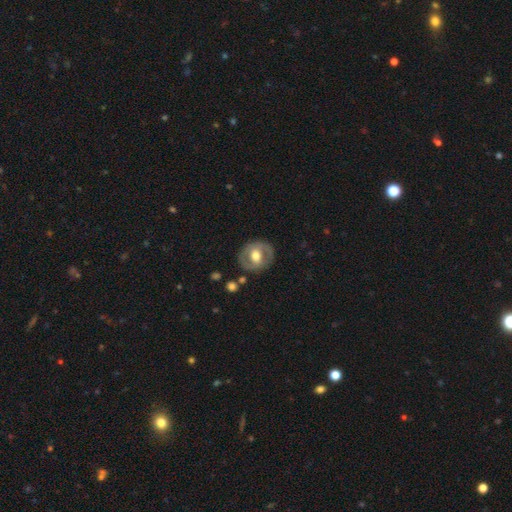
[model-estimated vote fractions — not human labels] featured or disk 58%, smooth 36%, star or artifact 6%. Down the decision tree: edge-on disk — no (95%); bar — no (45%); spiral arms — no (63%); bulge size — moderate (70%); merging — none (80%).